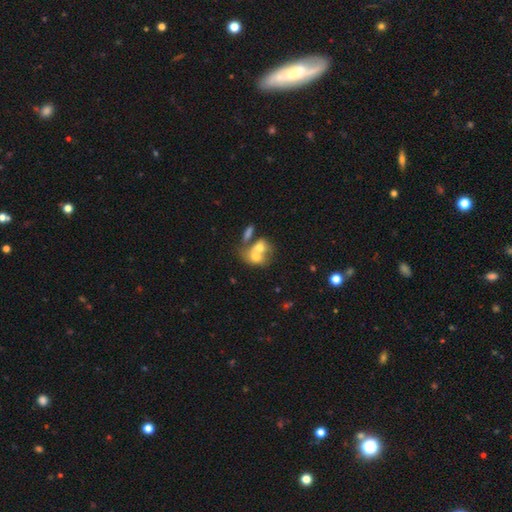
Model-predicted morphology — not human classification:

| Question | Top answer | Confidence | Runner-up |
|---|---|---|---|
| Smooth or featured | smooth | 61% | featured or disk (30%) |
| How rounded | in between | 54% | round (44%) |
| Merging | merger | 67% | none (20%) |